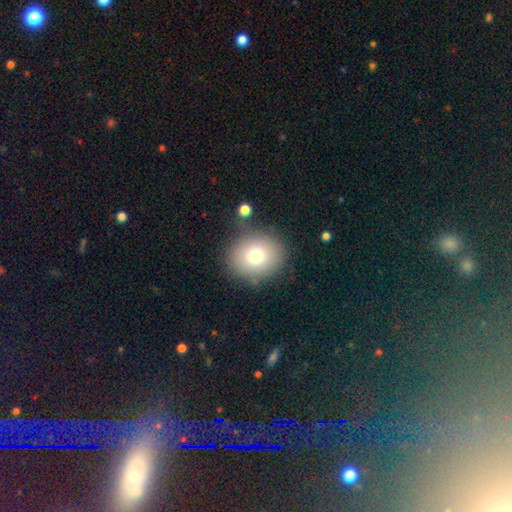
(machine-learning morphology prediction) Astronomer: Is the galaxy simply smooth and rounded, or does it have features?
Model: smooth — 76%.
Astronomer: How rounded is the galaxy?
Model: round — 75%.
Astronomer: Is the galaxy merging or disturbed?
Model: none — 81%.